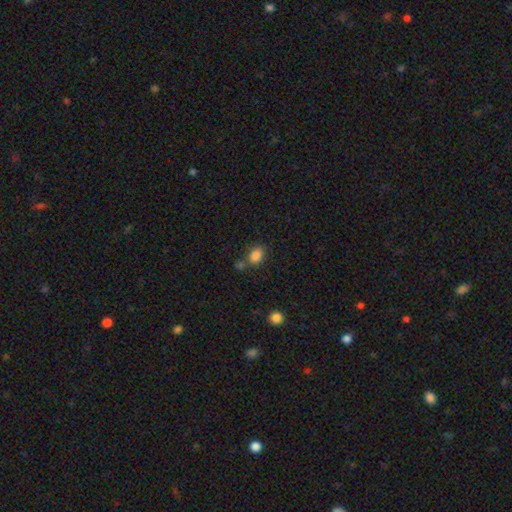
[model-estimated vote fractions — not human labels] Smooth or featured? Predicted: smooth (p=0.84). How rounded? Predicted: in between (p=0.73). Merging? Predicted: none (p=0.60).